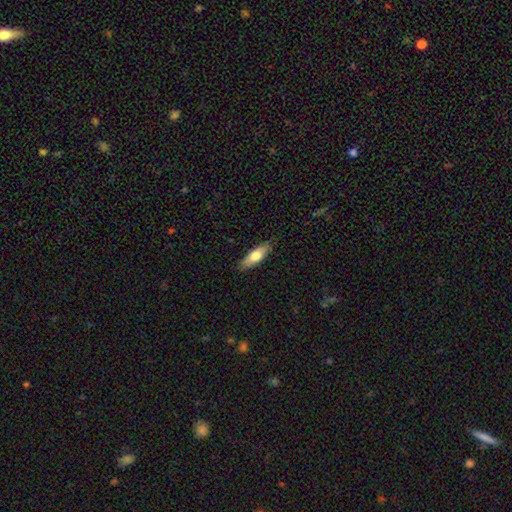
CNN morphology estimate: The model was most divided on "how rounded": in between: 56%, cigar-shaped: 42%, round: 2%. More confident: merging — none (87%); smooth or featured — smooth (70%).